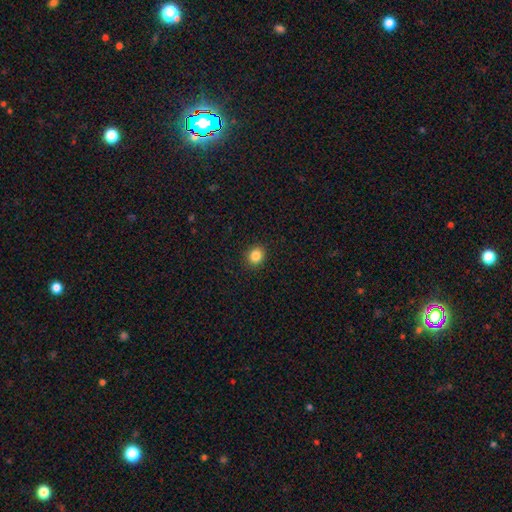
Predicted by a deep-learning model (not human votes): This is clearly a smooth galaxy (85%). How rounded: likely round (75%). Merging: clearly none (91%).